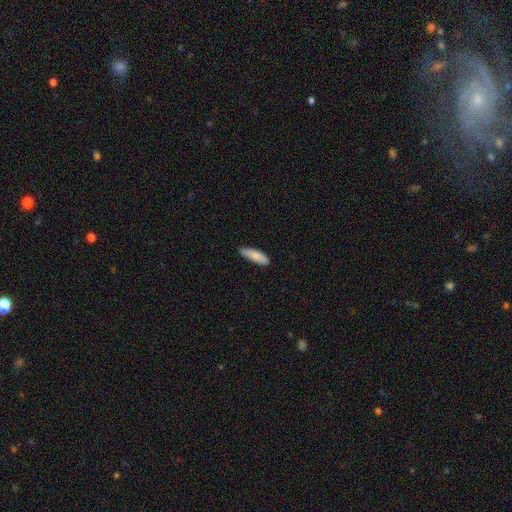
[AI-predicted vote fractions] Overall: smooth (85%). How rounded: cigar-shaped (52%; in between 46%). Merging: none (74%).